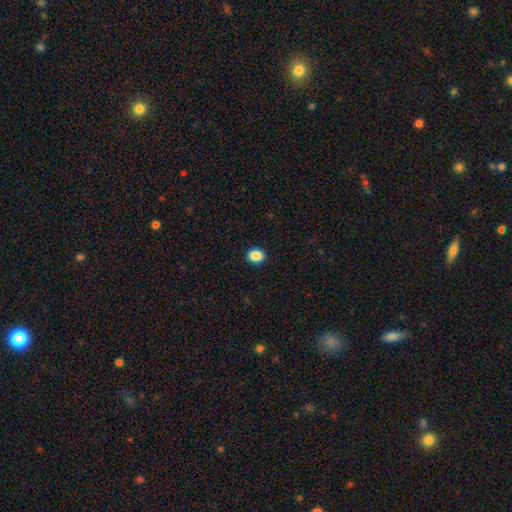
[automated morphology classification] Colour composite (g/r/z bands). It shows a smooth galaxy with no disk features (88%) that is round (58%). Merging: none (91%).